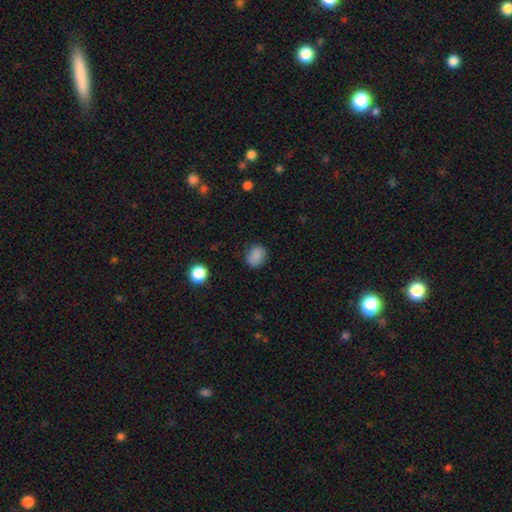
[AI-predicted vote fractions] This is clearly a smooth galaxy (85%). How rounded: possibly round (54%). Merging: clearly none (81%).